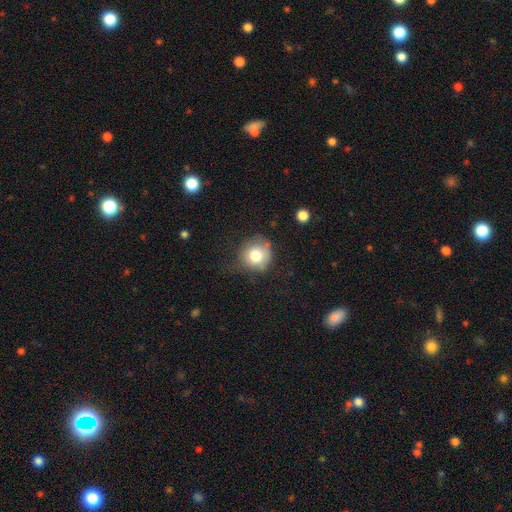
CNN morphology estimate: Overall: smooth (77%). How rounded: round (88%). Merging: none (57%; minor disturbance 29%).